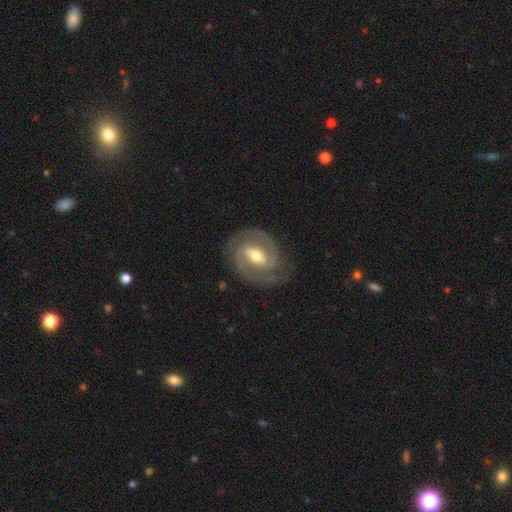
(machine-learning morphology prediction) A featured or disk galaxy (88%) with a strong bar (42%, tied with weak), 2 (89%) tight (53%) spiral arms (95%) and a moderate central bulge (69%).

Vote fractions:
- Smooth or featured? featured or disk: 88% / smooth: 8% / star or artifact: 4%
- Edge-on disk? no: 97% / yes: 3%
- Bar? strong: 42% (tied) / weak: 42% (tied) / no: 16%
- Spiral arms? yes: 95% / no: 5%
- Spiral winding? tight: 53% / medium: 40% / loose: 7%
- Spiral arm count? 2: 89% / can't tell: 4% / 3: 3% / 1: 2% / 4: 1% / more than 4: 1%
- Bulge size? moderate: 69% / small: 21% / large: 8% / none: 1% / dominant: 1%
- Merging? none: 81% / minor disturbance: 13% / major disturbance: 5% / merger: 1%